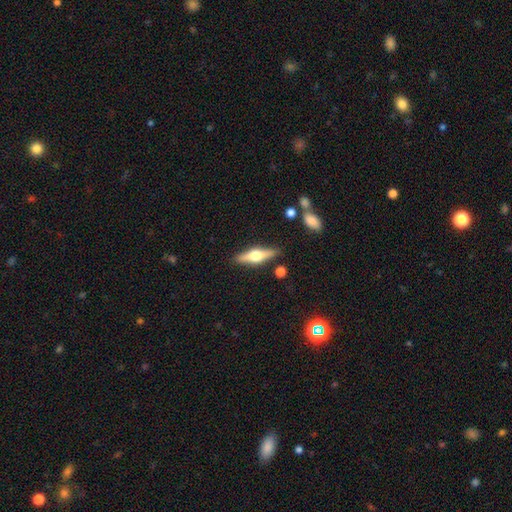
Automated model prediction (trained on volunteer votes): featured or disk 64%, smooth 30%, star or artifact 6%. Down the decision tree: edge-on disk — yes (96%); edge-on bulge — rounded (94%); merging — none (86%).